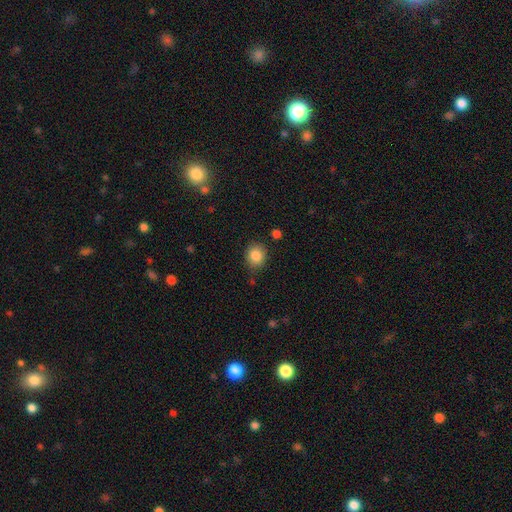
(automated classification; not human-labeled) Smooth or featured? Predicted: smooth (p=0.86). How rounded? Predicted: round (p=0.74). Merging? Predicted: none (p=0.80).